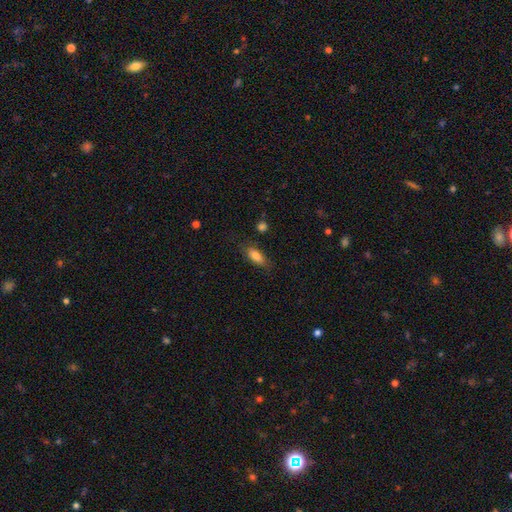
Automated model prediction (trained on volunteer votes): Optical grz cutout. It shows a smooth galaxy with no disk features (79%) that is in between round and cigar-shaped (76%). Merging: none (76%).